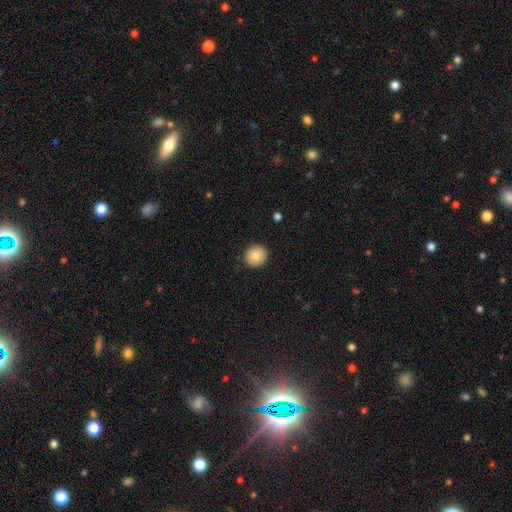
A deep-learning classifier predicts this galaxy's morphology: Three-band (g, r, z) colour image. It shows a smooth galaxy with no disk features (86%) that is round (87%). Merging: none (90%).